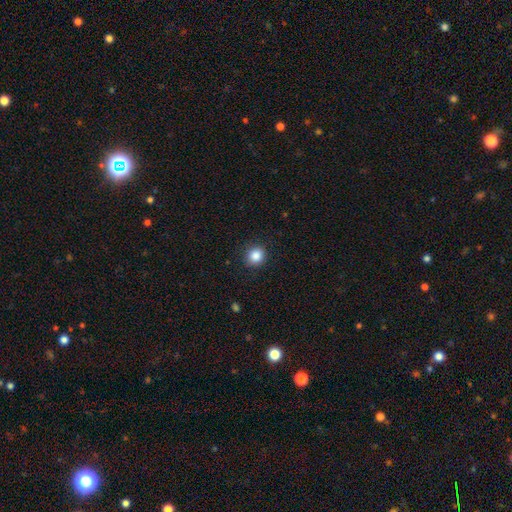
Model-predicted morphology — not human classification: Smooth or featured?
  - smooth: 86% *
  - star or artifact: 10%
  - featured or disk: 4%
How rounded?
  - round: 85% *
  - in between: 14%
  - cigar-shaped: 1%
Merging?
  - none: 89% *
  - minor disturbance: 7%
  - major disturbance: 2%
  - merger: 1%